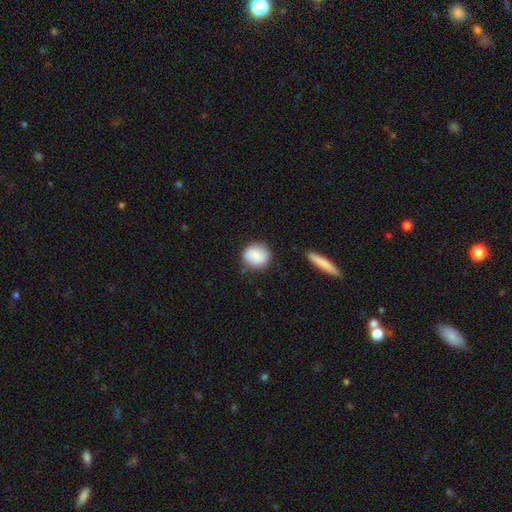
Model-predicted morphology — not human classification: type=smooth (86%); roundness=round (82%); merging=none (79%).